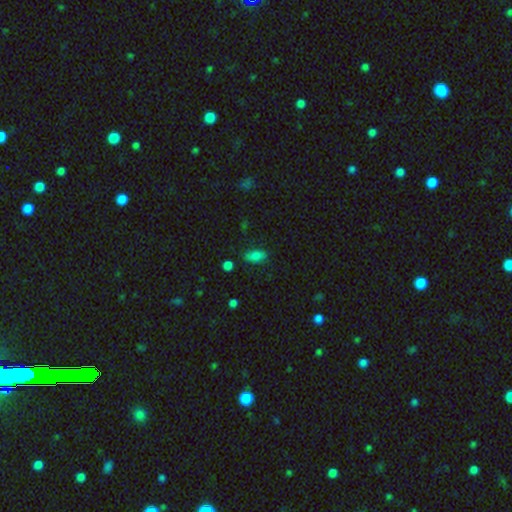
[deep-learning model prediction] Q: Smooth or featured?
A: smooth (79%); runner-up: star or artifact (11%)
Q: How rounded?
A: in between (84%); runner-up: cigar-shaped (11%)
Q: Merging?
A: none (73%); runner-up: minor disturbance (19%)